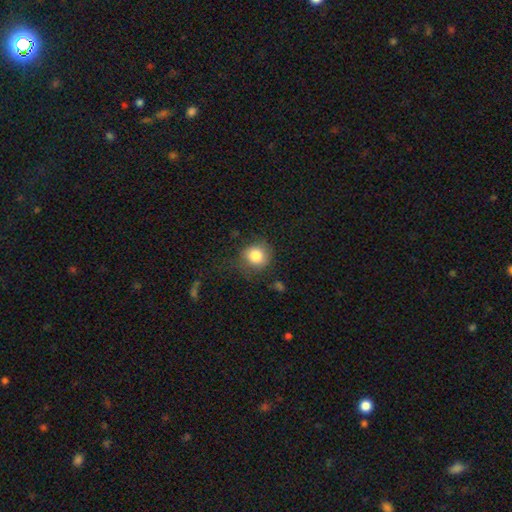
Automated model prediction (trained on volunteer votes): smooth_or_featured: smooth (p=0.83) [alt: star or artifact p=0.09]
how_rounded: round (p=0.86) [alt: in between p=0.13]
merging: none (p=0.72) [alt: minor disturbance p=0.18]